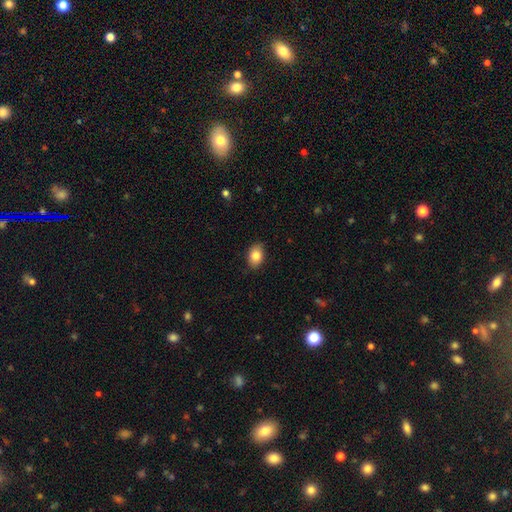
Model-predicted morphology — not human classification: smooth-or-featured: smooth: 84% | featured or disk: 8% | star or artifact: 8%
  how-rounded: in between: 82% | round: 17% | cigar-shaped: 1%
  merging: none: 87% | minor disturbance: 10% | major disturbance: 2% | merger: 1%